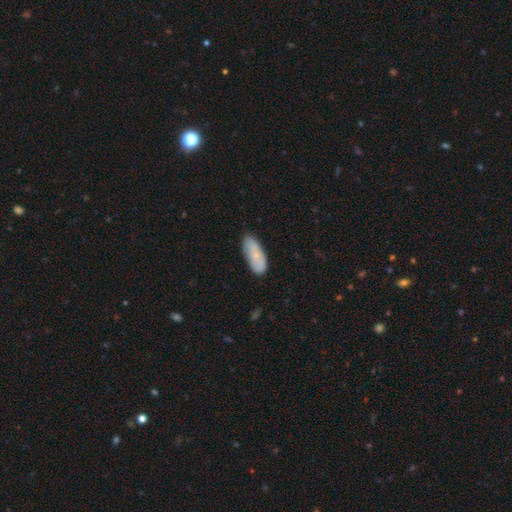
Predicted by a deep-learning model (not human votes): Morphology: type=smooth (70%); roundness=in between (80%); merging=none (74%).